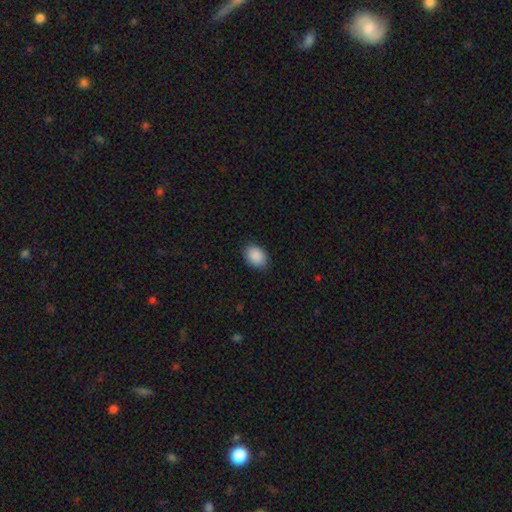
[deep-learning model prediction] The model was most divided on "how rounded": in between: 78%, round: 21%, cigar-shaped: 1%. More confident: smooth or featured — smooth (90%); merging — none (87%).